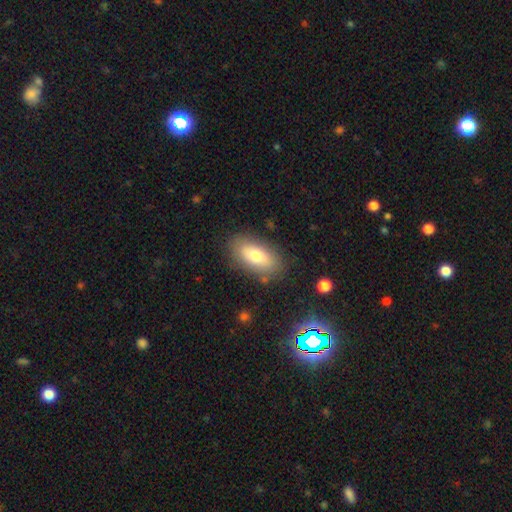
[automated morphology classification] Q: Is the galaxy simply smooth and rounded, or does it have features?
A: smooth — 70%.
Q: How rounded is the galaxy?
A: in between — 90%.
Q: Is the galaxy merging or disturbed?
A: none — 83%.